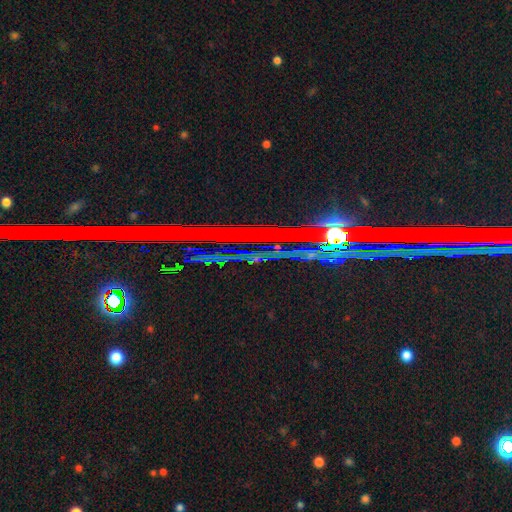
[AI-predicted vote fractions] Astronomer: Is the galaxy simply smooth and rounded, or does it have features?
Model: star or artifact — 78%.